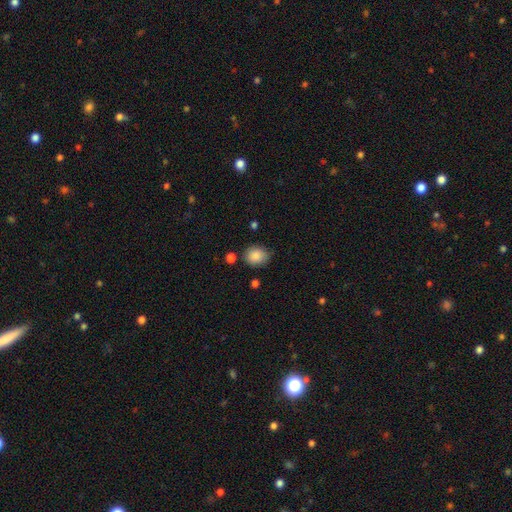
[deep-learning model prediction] Smooth or featured?
  - smooth: 87% *
  - star or artifact: 8%
  - featured or disk: 5%
How rounded?
  - round: 66% *
  - in between: 33%
  - cigar-shaped: 1%
Merging?
  - none: 76% *
  - minor disturbance: 17%
  - major disturbance: 4%
  - merger: 4%